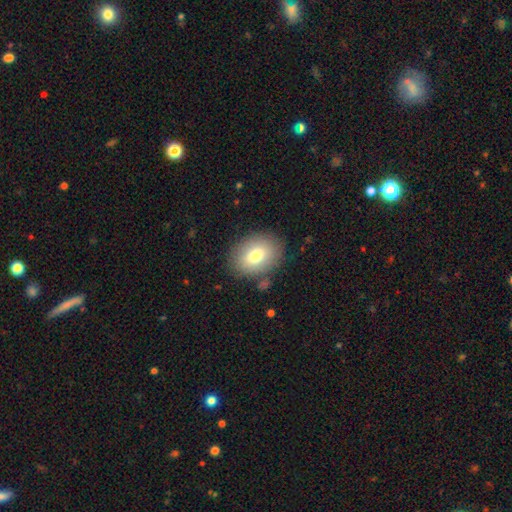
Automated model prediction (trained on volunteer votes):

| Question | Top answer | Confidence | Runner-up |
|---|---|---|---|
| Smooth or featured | smooth | 76% | featured or disk (16%) |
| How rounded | in between | 72% | round (27%) |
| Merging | none | 83% | minor disturbance (11%) |